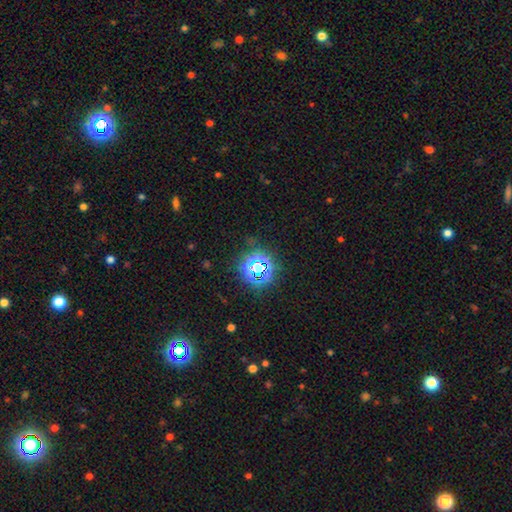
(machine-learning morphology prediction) smooth_or_featured: star or artifact (p=0.78) [alt: smooth p=0.14]